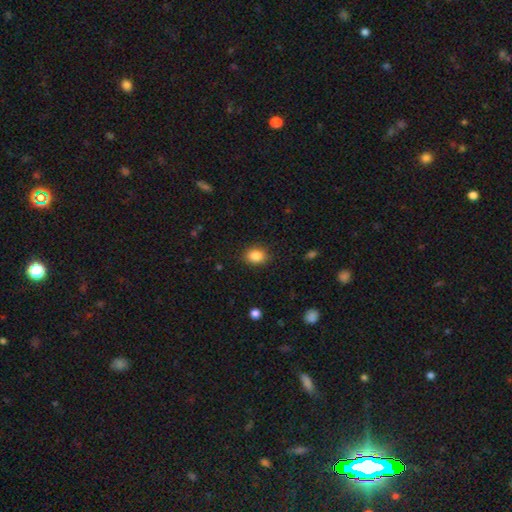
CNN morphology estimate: This appears to be a smooth galaxy with no disk features (87%) that is in between round and cigar-shaped (63%). Merging: none (86%).